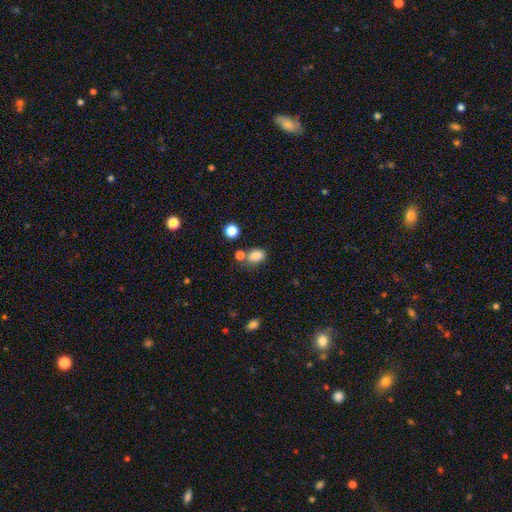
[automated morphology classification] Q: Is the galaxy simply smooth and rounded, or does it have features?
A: smooth — 83%.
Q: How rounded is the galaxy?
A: in between — 70%.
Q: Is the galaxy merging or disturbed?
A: none — 59%.